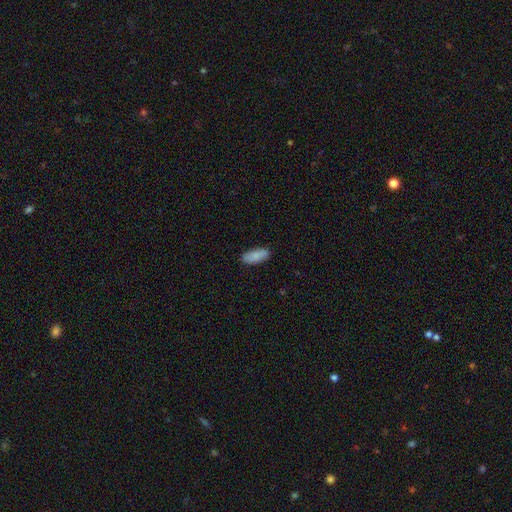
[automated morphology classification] Smooth or featured? Predicted: smooth (p=0.87). How rounded? Predicted: in between (p=0.78). Merging? Predicted: none (p=0.87).